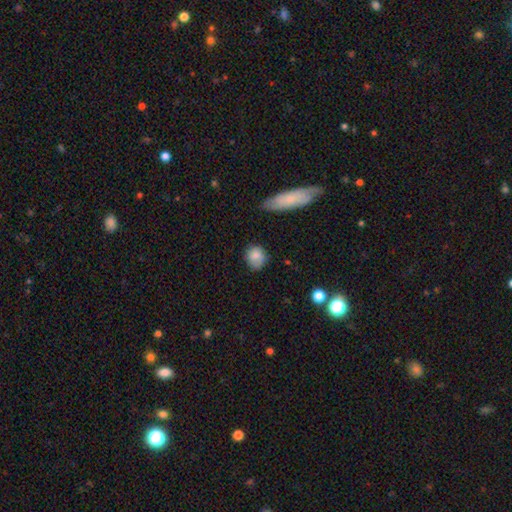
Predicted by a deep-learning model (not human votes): smooth_or_featured: smooth (p=0.82) [alt: featured or disk p=0.10]
how_rounded: round (p=0.75) [alt: in between p=0.23]
merging: none (p=0.68) [alt: minor disturbance p=0.24]